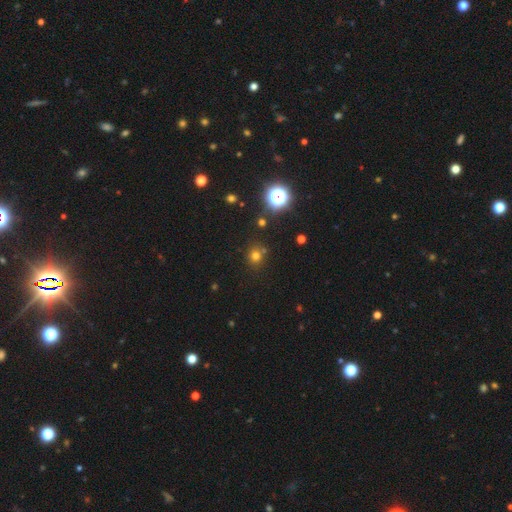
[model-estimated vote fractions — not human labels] Overall: smooth (68%). How rounded: round (85%). Merging: none (77%).